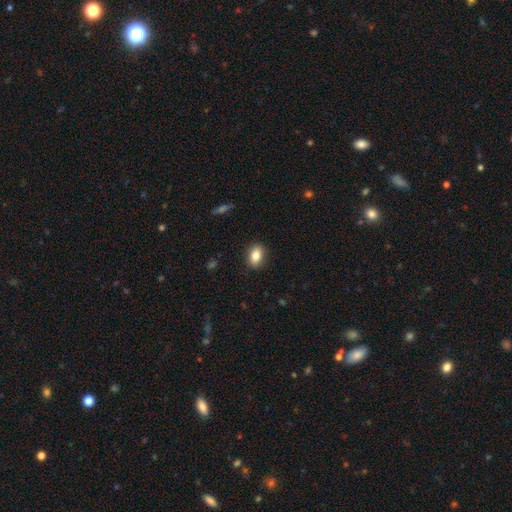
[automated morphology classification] A smooth galaxy with no disk features (84%) that is in between round and cigar-shaped (82%).

Vote fractions:
- Smooth or featured? smooth: 84% / featured or disk: 8% / star or artifact: 8%
- How rounded? in between: 82% / round: 15% / cigar-shaped: 3%
- Merging? none: 88% / minor disturbance: 8% / major disturbance: 2% / merger: 1%